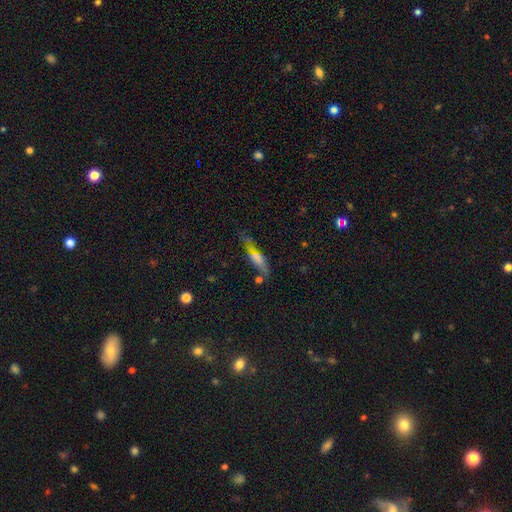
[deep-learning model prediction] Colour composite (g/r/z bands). It shows a smooth galaxy with no disk features (55%) that is cigar-shaped (78%). Merging: none (59%).